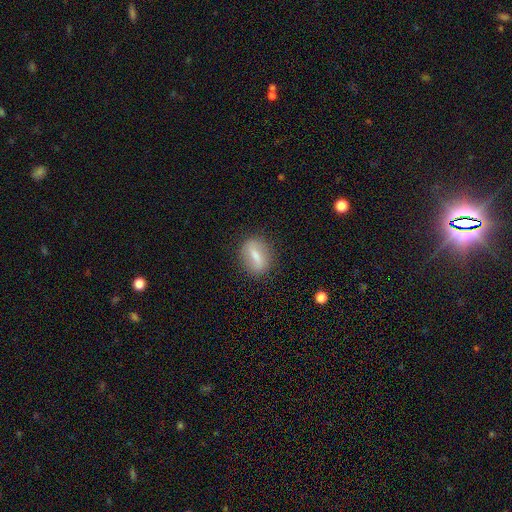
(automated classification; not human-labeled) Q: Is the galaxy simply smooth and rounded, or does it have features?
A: smooth — 60%.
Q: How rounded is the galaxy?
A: in between — 63%.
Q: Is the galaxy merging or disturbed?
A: none — 82%.